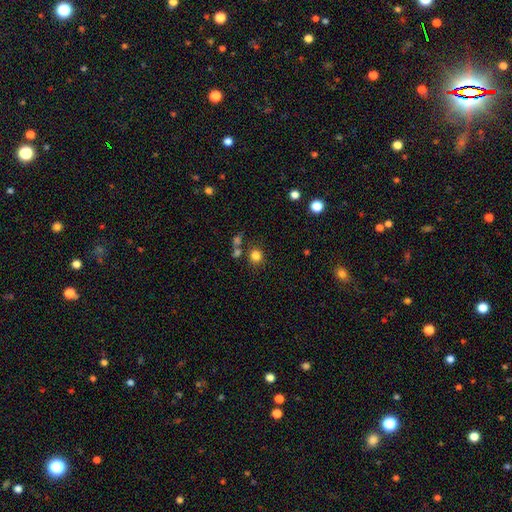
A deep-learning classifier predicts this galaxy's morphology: smooth_or_featured: smooth (p=0.81) [alt: star or artifact p=0.13]
how_rounded: round (p=0.87) [alt: in between p=0.12]
merging: none (p=0.75) [alt: merger p=0.12]